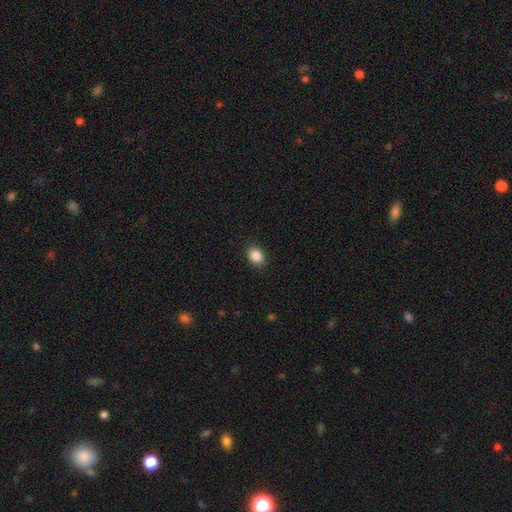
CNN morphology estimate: A smooth galaxy with no disk features (88%) that is in between round and cigar-shaped (72%).

Vote fractions:
- Smooth or featured? smooth: 88% / star or artifact: 9% / featured or disk: 3%
- How rounded? in between: 72% / round: 27% / cigar-shaped: 1%
- Merging? none: 90% / minor disturbance: 7% / major disturbance: 2% / merger: 1%